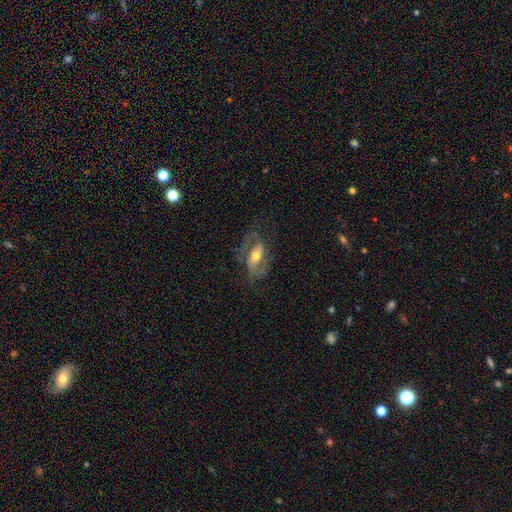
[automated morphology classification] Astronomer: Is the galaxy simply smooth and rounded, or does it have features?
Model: featured or disk — 76%.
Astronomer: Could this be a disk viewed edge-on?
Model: no — 91%.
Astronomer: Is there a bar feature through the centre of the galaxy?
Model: weak — 37% (runner-up: strong, 35%).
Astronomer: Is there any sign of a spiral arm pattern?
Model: yes — 85%.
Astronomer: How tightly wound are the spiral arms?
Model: medium — 47% (runner-up: tight, 27%).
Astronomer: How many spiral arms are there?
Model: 2 — 79%.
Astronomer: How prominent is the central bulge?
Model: moderate — 62%.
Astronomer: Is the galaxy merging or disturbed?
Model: none — 67%.